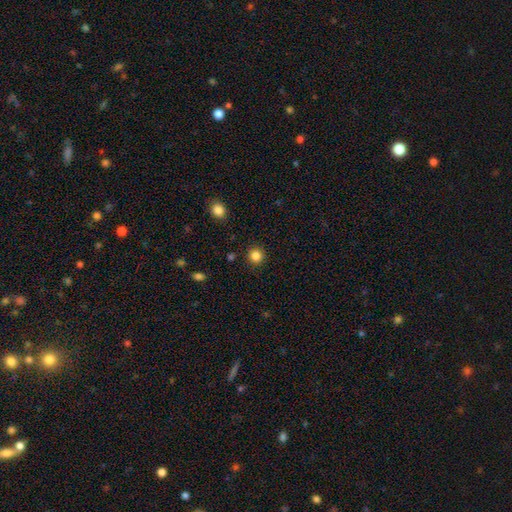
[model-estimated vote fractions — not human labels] A smooth galaxy with no disk features (85%) that is round (93%). Merging: none (90%).